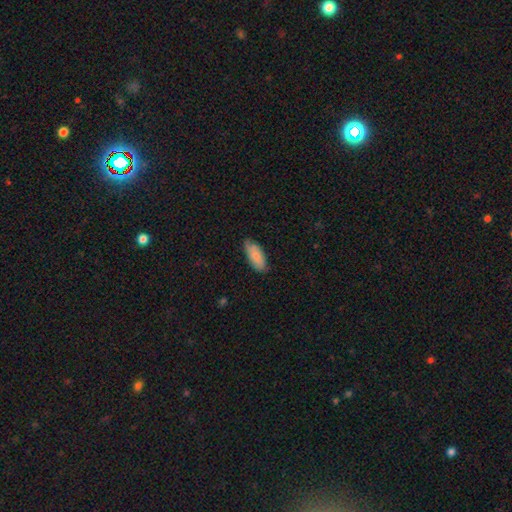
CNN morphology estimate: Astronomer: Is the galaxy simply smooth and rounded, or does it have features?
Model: smooth — 80%.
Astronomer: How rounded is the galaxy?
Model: in between — 86%.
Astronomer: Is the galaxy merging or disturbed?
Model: none — 75%.